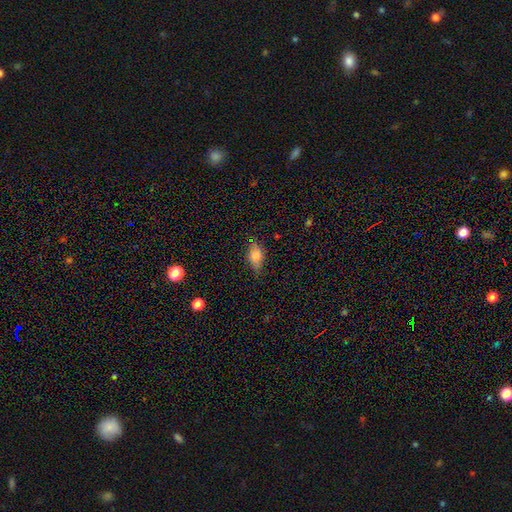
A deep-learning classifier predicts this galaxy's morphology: This appears to be a smooth galaxy with no disk features (75%) that is in between round and cigar-shaped (82%). Merging: none (66%).